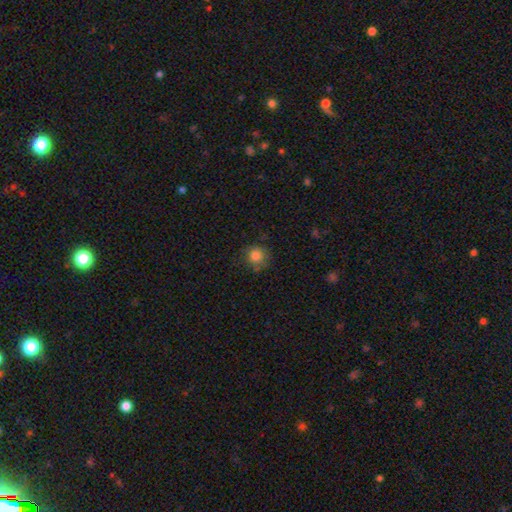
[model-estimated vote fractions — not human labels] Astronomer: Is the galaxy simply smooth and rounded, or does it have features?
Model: smooth — 82%.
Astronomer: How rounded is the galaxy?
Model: round — 91%.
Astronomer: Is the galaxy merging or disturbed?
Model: none — 77%.